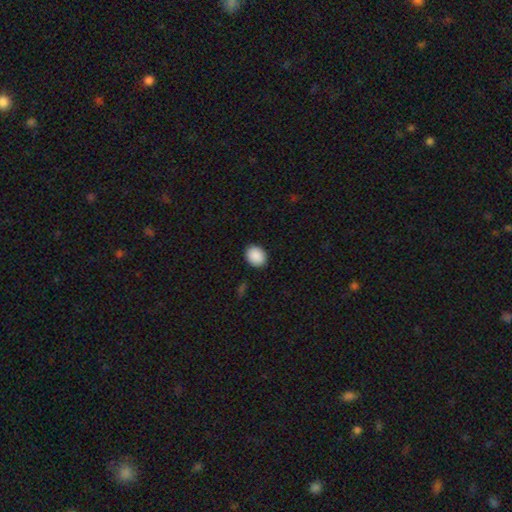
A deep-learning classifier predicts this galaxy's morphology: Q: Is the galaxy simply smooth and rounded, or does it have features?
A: smooth — 90%.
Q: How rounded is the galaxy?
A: in between — 52%.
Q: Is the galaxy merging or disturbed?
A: none — 90%.